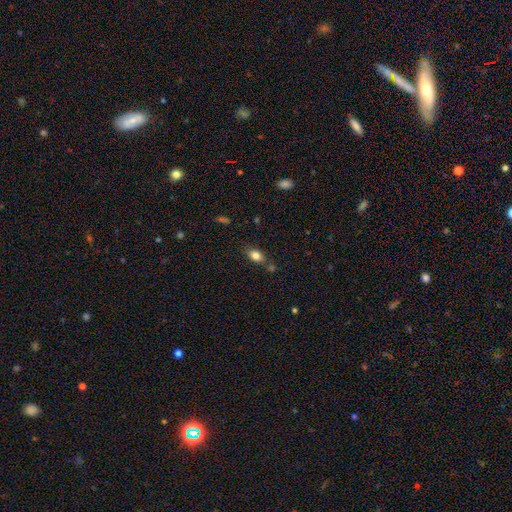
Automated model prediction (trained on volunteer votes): smooth 82%, star or artifact 10%, featured or disk 9%. Down the decision tree: how rounded — in between (79%); merging — none (69%).